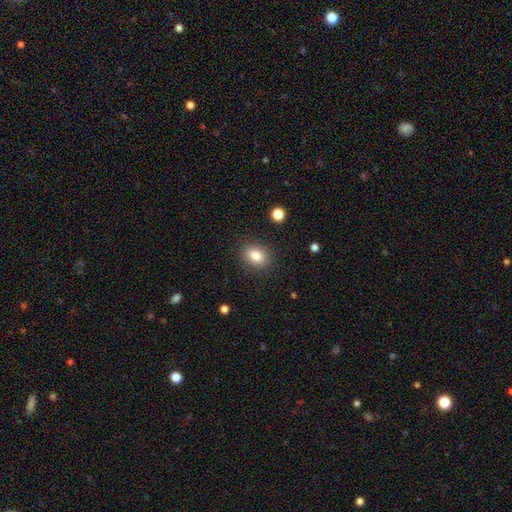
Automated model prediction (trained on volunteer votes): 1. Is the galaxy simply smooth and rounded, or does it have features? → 84% smooth, 9% star or artifact, 7% featured or disk.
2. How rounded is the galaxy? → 67% in between, 32% round, 1% cigar-shaped.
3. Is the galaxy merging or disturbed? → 87% none, 9% minor disturbance, 3% major disturbance, 1% merger.